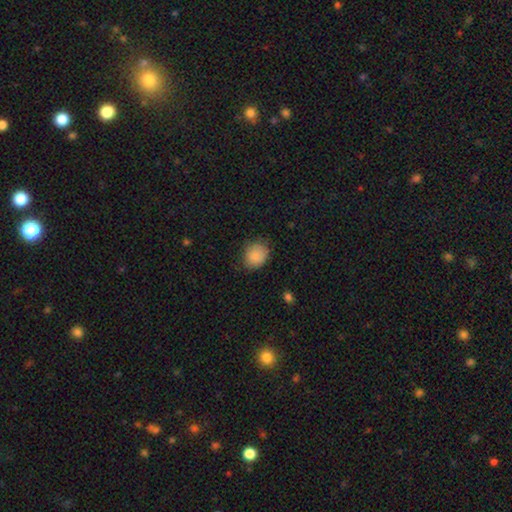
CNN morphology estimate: A smooth galaxy with no disk features (85%) that is round (59%).

Vote fractions:
- Smooth or featured? smooth: 85% / star or artifact: 9% / featured or disk: 6%
- How rounded? round: 59% / in between: 40% / cigar-shaped: 1%
- Merging? none: 72% / minor disturbance: 22% / major disturbance: 5% / merger: 1%